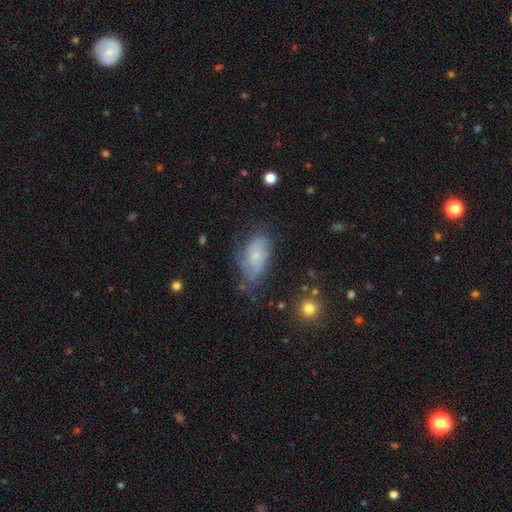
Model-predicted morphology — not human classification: Overall: smooth (56%; featured or disk 33%). How rounded: in between (90%). Merging: none (51%; minor disturbance 33%).